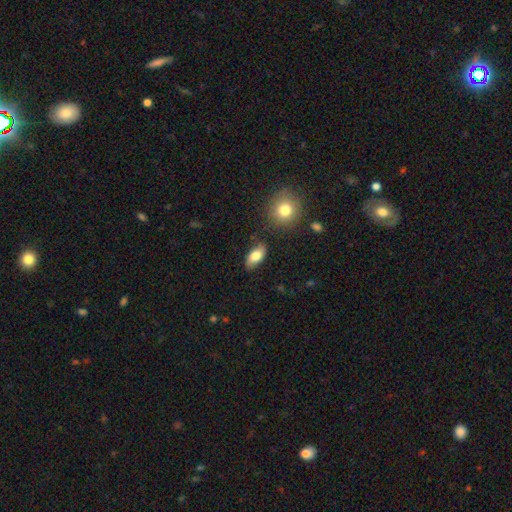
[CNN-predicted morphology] Smooth or featured?
  - smooth: 77% *
  - featured or disk: 16%
  - star or artifact: 7%
How rounded?
  - in between: 90% *
  - cigar-shaped: 5%
  - round: 5%
Merging?
  - none: 78% *
  - minor disturbance: 15%
  - major disturbance: 3%
  - merger: 3%